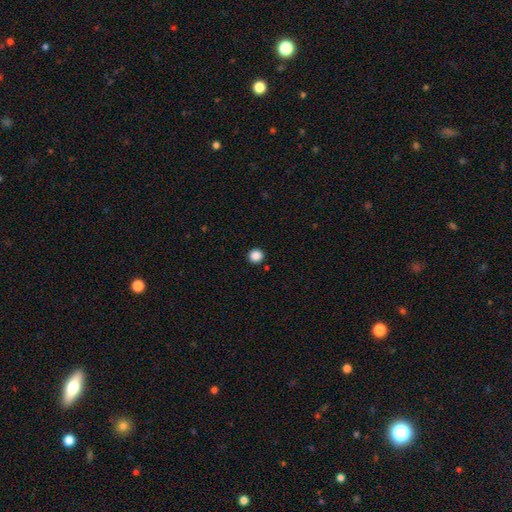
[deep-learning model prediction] Smooth or featured: smooth — 87% (star or artifact — 10%)
How rounded: round — 95% (in between — 4%)
Merging: none — 92% (minor disturbance — 5%)